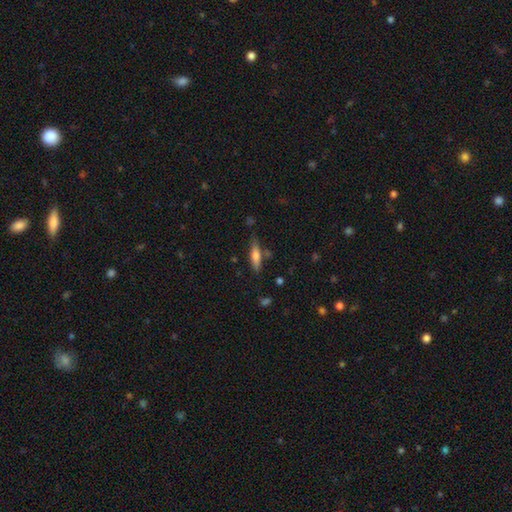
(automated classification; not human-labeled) The model was most divided on "smooth or featured": smooth: 57%, featured or disk: 36%, star or artifact: 7%. More confident: merging — none (75%); how rounded — cigar-shaped (70%).